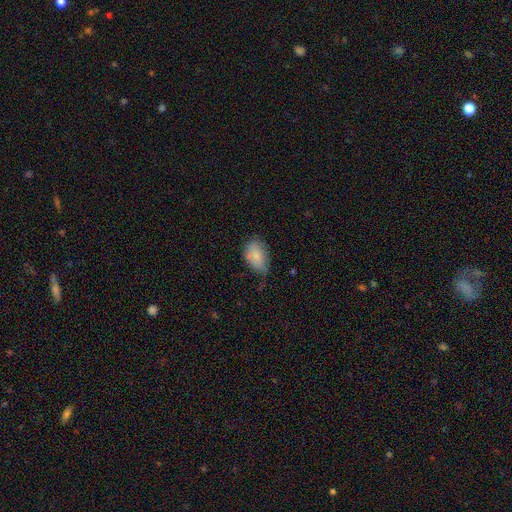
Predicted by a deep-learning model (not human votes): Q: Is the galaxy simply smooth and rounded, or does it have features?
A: smooth — 81%.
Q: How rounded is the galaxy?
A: in between — 90%.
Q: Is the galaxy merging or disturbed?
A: none — 49%.